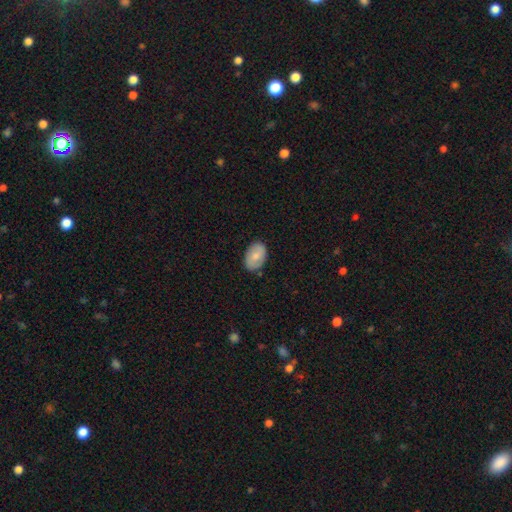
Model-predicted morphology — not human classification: smooth_or_featured: smooth (p=0.68) [alt: featured or disk p=0.26]
how_rounded: in between (p=0.88) [alt: round p=0.11]
merging: none (p=0.83) [alt: minor disturbance p=0.13]